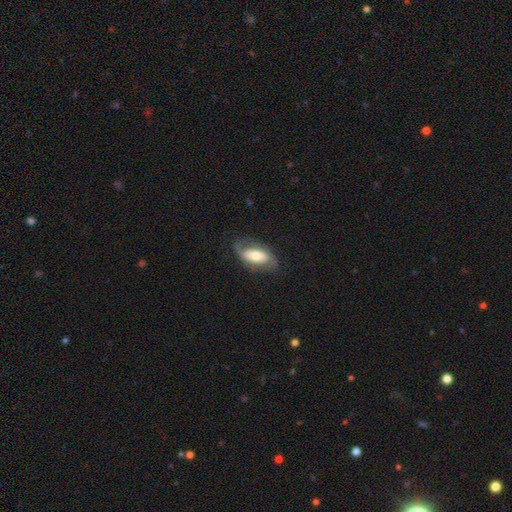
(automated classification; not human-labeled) This appears to be a featured or disk galaxy (61%) with no bar (44%), spiral arms (80%) and a moderate central bulge (56%). Merging: none (69%).